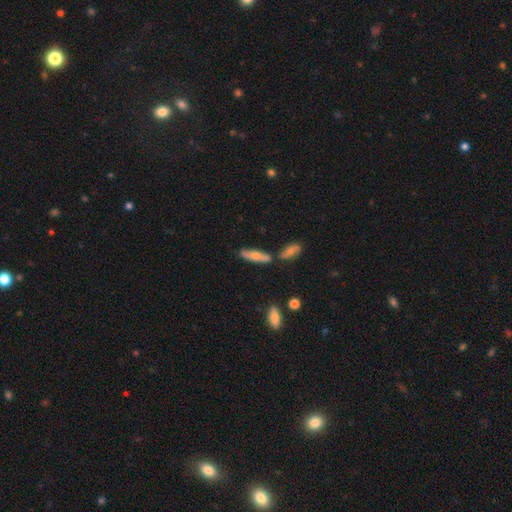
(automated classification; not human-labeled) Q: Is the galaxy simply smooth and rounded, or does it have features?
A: smooth — 46%.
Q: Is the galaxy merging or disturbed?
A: none — 59%.